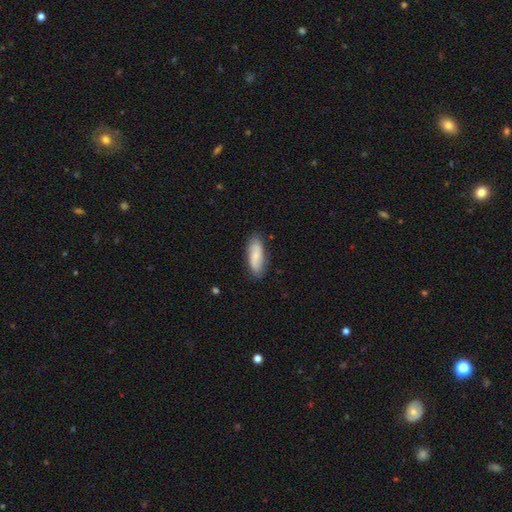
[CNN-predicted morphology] Smooth or featured? smooth (67%)
How rounded? in between (76%)
Merging? none (81%)